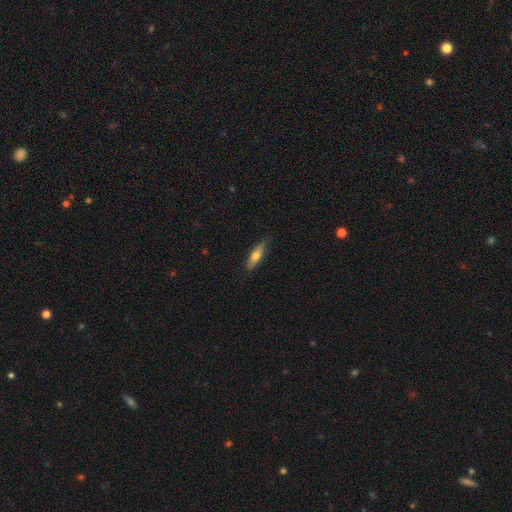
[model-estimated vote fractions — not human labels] smooth_or_featured: smooth (p=0.64) [alt: featured or disk p=0.30]
how_rounded: cigar-shaped (p=0.61) [alt: in between p=0.37]
merging: none (p=0.81) [alt: minor disturbance p=0.15]